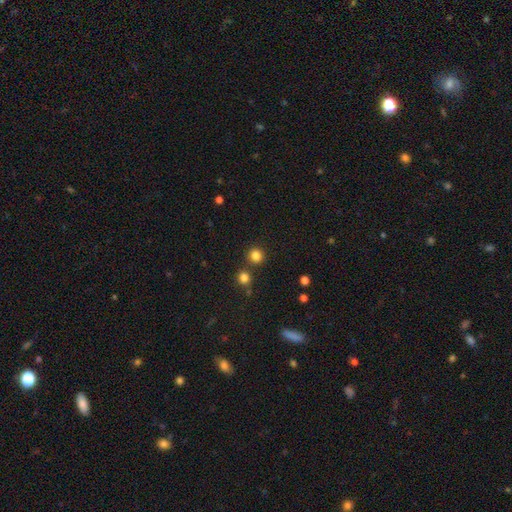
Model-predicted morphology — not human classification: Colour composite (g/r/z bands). It shows a smooth galaxy with no disk features (82%) that is round (91%). Merging: none (83%).